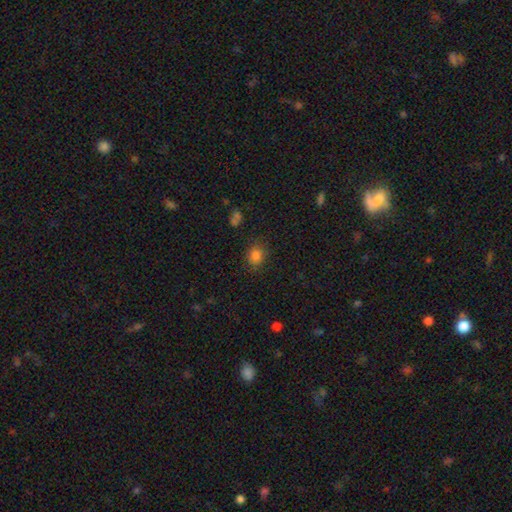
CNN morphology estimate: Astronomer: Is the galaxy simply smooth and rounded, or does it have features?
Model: smooth — 81%.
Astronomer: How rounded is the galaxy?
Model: round — 64%.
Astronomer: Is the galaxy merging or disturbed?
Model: none — 82%.